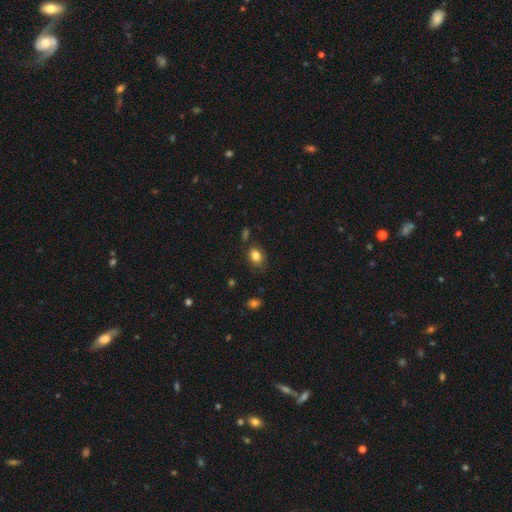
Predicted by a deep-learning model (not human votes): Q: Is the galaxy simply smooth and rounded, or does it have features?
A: smooth — 83%.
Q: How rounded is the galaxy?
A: in between — 55%.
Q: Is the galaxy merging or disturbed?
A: none — 75%.